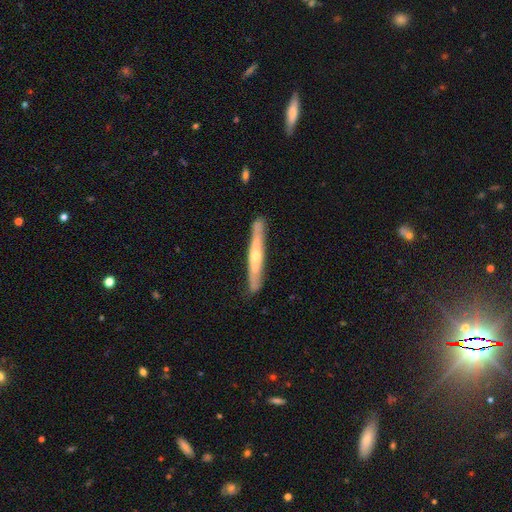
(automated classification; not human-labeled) Smooth or featured?
  - featured or disk: 64% *
  - smooth: 31%
  - star or artifact: 5%
Edge-on disk?
  - yes: 88% *
  - no: 12%
Edge-on bulge?
  - rounded: 70% *
  - none: 26%
  - boxy: 4%
Merging?
  - none: 84% *
  - minor disturbance: 12%
  - merger: 2%
  - major disturbance: 2%